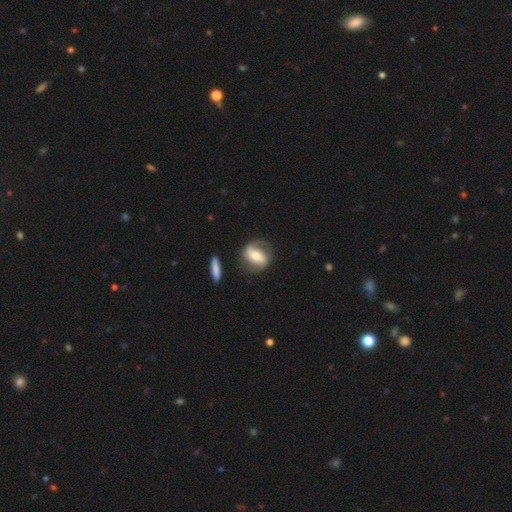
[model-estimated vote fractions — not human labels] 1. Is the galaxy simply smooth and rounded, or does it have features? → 75% featured or disk, 20% smooth, 5% star or artifact.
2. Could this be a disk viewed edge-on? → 96% no, 4% yes.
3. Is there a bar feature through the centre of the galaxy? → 41% strong, 32% weak, 27% no.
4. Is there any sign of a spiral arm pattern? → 89% yes, 11% no.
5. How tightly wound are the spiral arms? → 42% medium, 36% loose, 23% tight.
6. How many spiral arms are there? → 77% 2, 15% 1, 5% can't tell, 1% 3, 1% 4, 1% more than 4.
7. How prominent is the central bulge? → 65% moderate, 25% small, 8% large, 1% dominant, 1% none.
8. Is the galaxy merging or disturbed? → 73% none, 15% minor disturbance, 9% major disturbance, 3% merger.